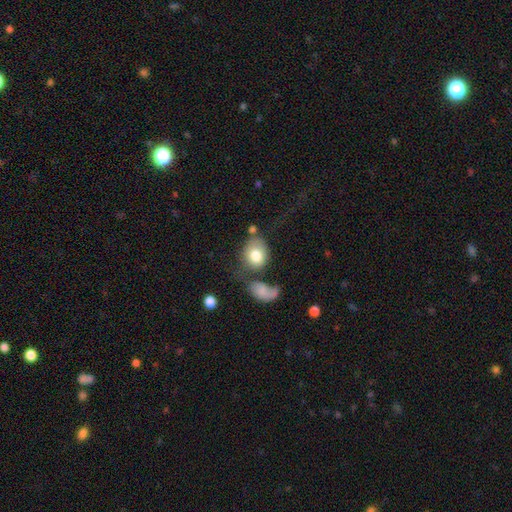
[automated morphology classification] This is likely a smooth galaxy (77%). How rounded: possibly round (52%). Merging: marginally none (38%).